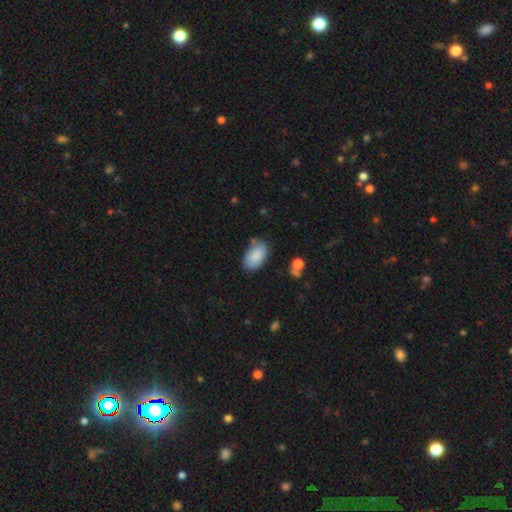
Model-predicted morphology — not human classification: Smooth or featured? smooth (85%)
How rounded? in between (94%)
Merging? none (71%)